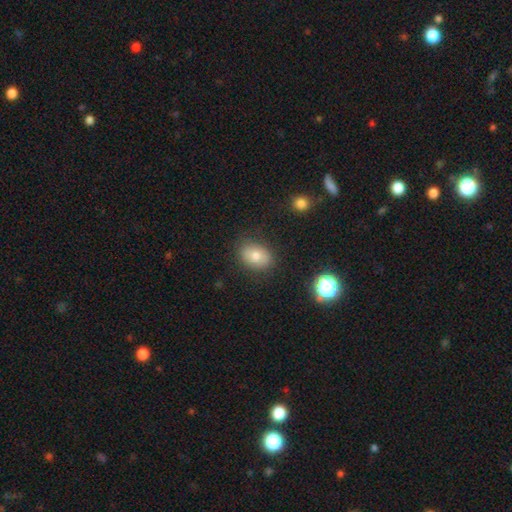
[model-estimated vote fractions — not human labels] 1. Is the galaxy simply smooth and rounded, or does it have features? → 76% smooth, 13% featured or disk, 11% star or artifact.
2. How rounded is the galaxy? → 68% in between, 31% round, 1% cigar-shaped.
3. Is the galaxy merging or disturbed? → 84% none, 12% minor disturbance, 3% major disturbance, 1% merger.